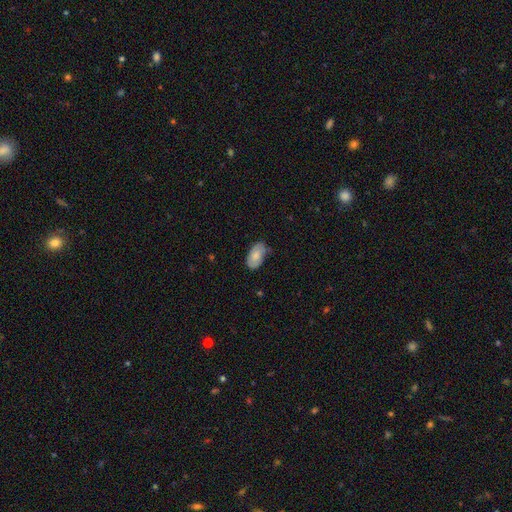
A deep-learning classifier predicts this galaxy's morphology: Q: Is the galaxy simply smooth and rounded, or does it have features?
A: smooth — 75%.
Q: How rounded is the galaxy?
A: in between — 94%.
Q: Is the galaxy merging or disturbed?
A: none — 66%.